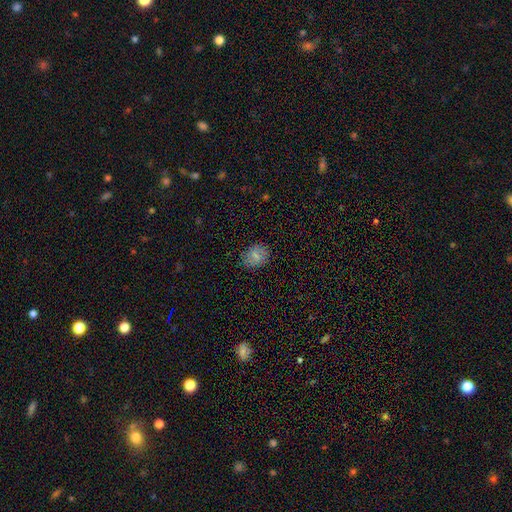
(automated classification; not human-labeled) A smooth galaxy with no disk features (75%) that is in between round and cigar-shaped (57%). Merging: none (84%).